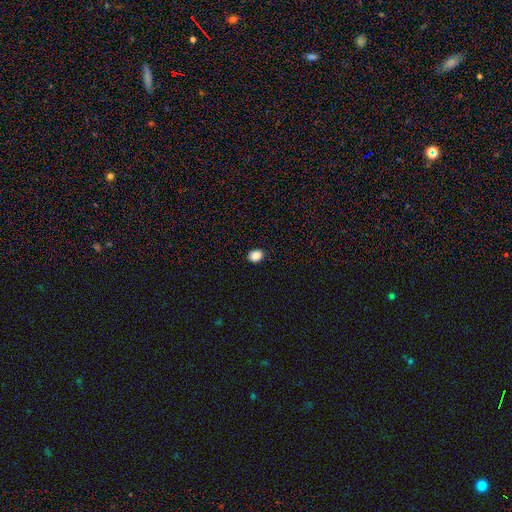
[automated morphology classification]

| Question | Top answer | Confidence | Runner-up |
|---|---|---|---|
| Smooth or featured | smooth | 88% | star or artifact (10%) |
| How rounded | in between | 52% | round (47%) |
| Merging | none | 89% | minor disturbance (8%) |